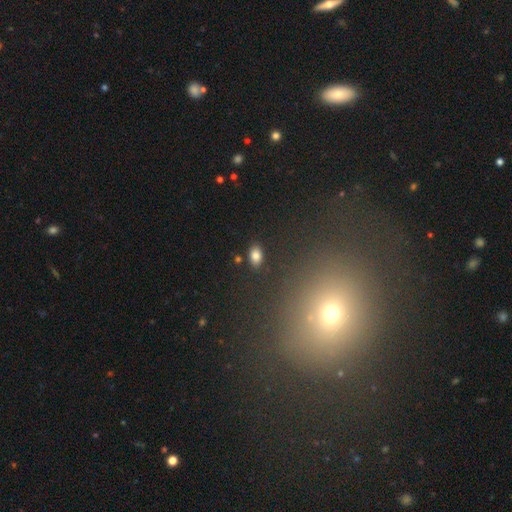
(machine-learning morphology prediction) Smooth or featured: smooth — 82% (star or artifact — 11%)
How rounded: in between — 88% (round — 10%)
Merging: none — 86% (minor disturbance — 9%)